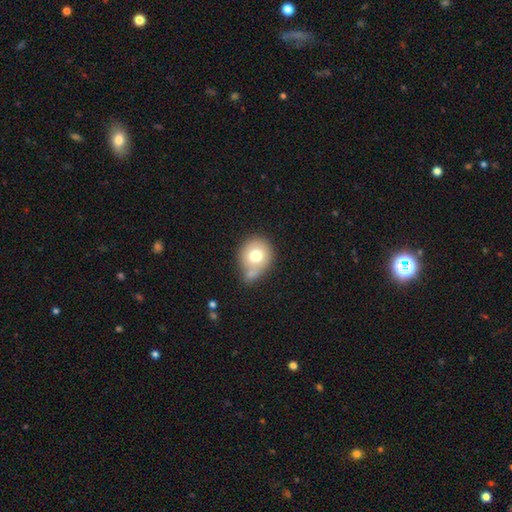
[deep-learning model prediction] Morphology: type=smooth (73%); roundness=round (75%); merging=none (42%).